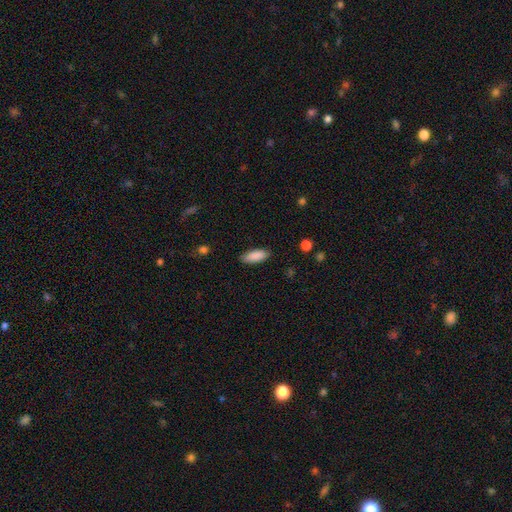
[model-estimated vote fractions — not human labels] Overall: smooth (90%). How rounded: in between (78%). Merging: none (86%).